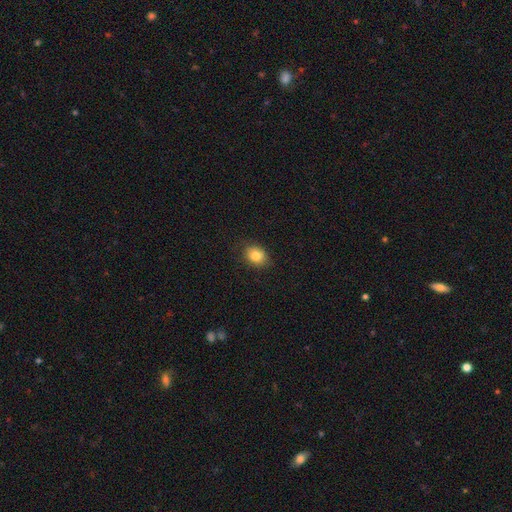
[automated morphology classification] Overall: smooth (82%). How rounded: in between (53%; round 46%). Merging: none (83%).